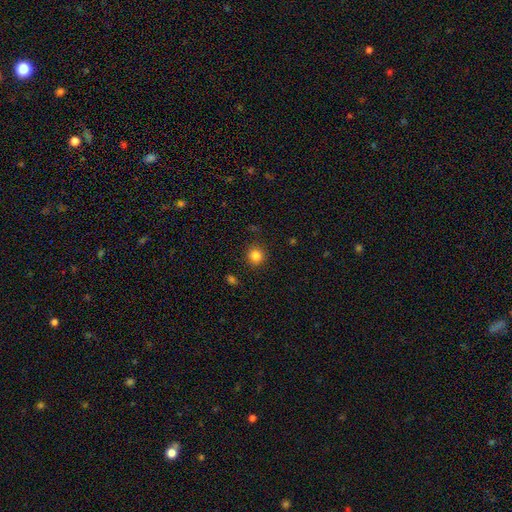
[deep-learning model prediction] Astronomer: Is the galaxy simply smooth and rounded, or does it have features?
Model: smooth — 84%.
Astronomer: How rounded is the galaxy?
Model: round — 91%.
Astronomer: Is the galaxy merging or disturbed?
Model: none — 89%.